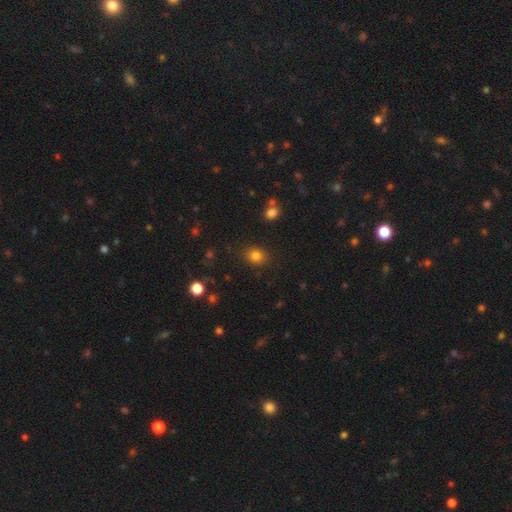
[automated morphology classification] smooth-or-featured: smooth: 82% | star or artifact: 12% | featured or disk: 6%
  how-rounded: round: 64% | in between: 35% | cigar-shaped: 1%
  merging: none: 86% | minor disturbance: 9% | major disturbance: 3% | merger: 2%